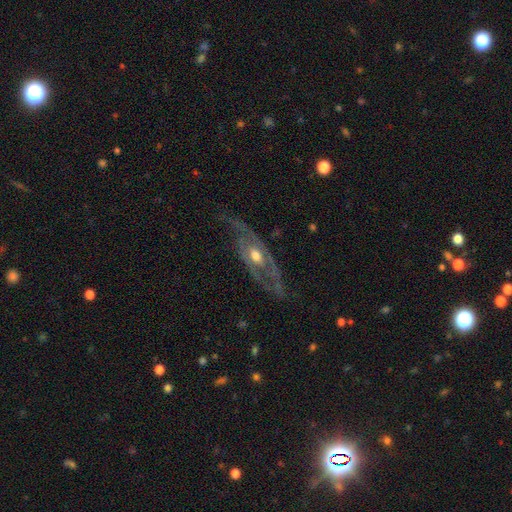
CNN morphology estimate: Smooth or featured? featured or disk (84%)
Edge-on disk? no (82%)
Bar? no (65%)
Spiral arms? yes (79%)
Spiral winding? medium (41%)
Spiral arm count? 2 (71%)
Bulge size? moderate (74%)
Merging? none (68%)